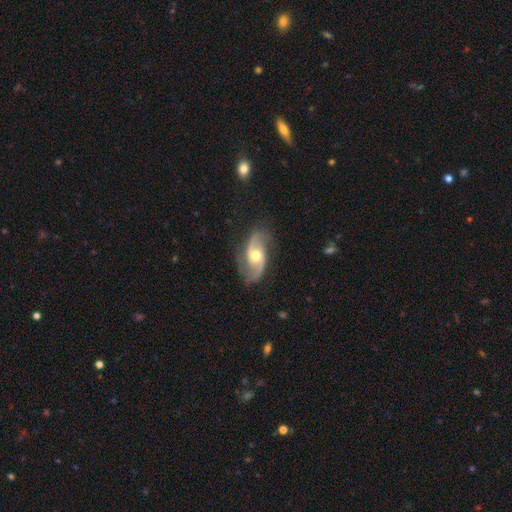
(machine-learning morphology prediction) A featured or disk galaxy (87%) with no bar (58%), 2 (92%) medium (44%) spiral arms (96%) and a moderate central bulge (74%). Merging: none (75%).